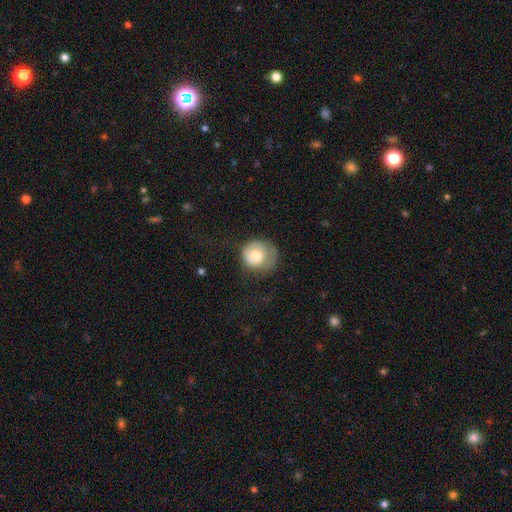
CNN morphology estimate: This is likely a smooth galaxy (73%). How rounded: clearly round (84%). Merging: possibly none (49%).